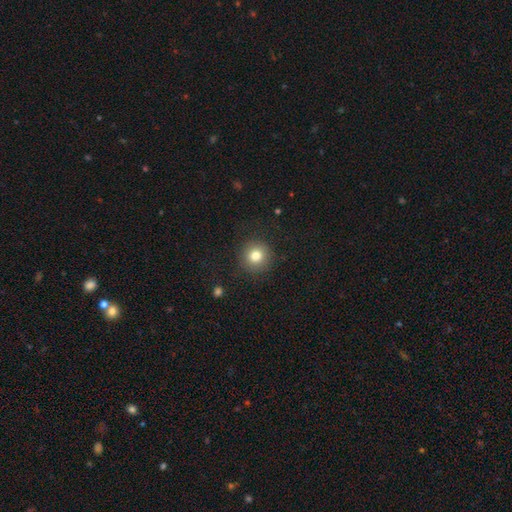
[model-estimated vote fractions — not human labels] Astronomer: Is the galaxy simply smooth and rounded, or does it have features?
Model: smooth — 79%.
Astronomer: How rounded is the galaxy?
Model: round — 94%.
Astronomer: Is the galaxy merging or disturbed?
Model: none — 89%.